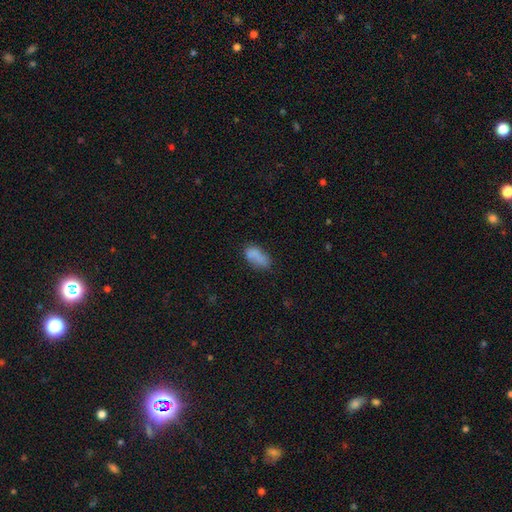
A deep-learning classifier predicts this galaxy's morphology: This is likely a smooth galaxy (76%). How rounded: clearly in between (90%). Merging: possibly none (59%).